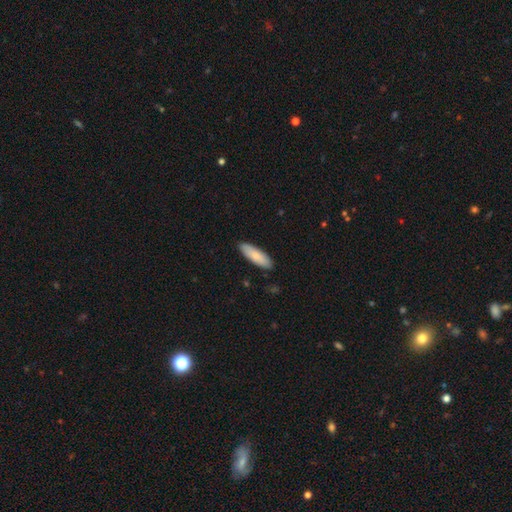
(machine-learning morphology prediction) type=smooth (85%); roundness=in between (52%); merging=none (89%).